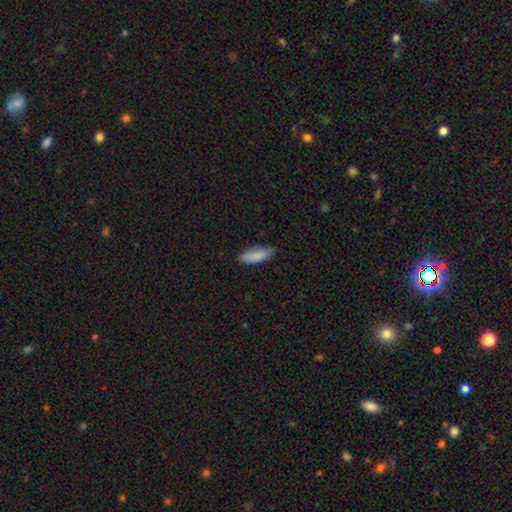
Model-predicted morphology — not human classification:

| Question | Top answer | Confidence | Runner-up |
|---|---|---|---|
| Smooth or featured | smooth | 87% | featured or disk (7%) |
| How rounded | in between | 72% | cigar-shaped (26%) |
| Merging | none | 76% | minor disturbance (20%) |